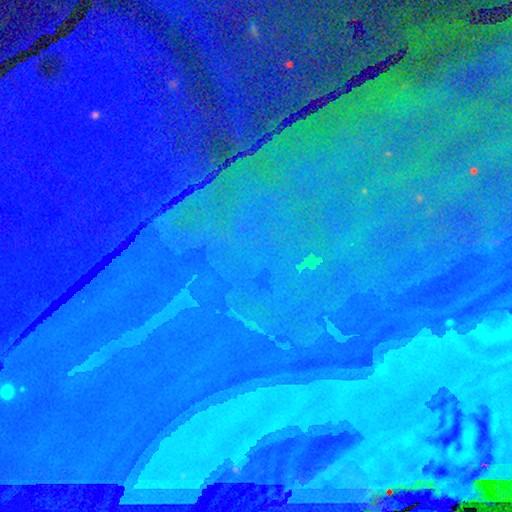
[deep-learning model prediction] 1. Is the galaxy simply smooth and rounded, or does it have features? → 88% star or artifact, 6% featured or disk, 6% smooth.